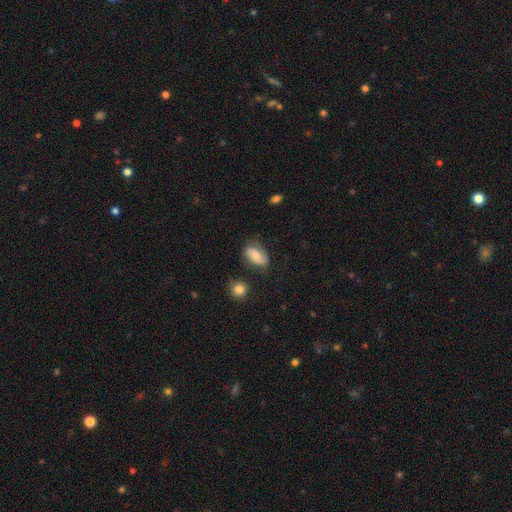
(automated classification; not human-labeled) Smooth or featured: smooth — 58% (featured or disk — 35%)
How rounded: in between — 87% (round — 8%)
Merging: none — 70% (minor disturbance — 21%)